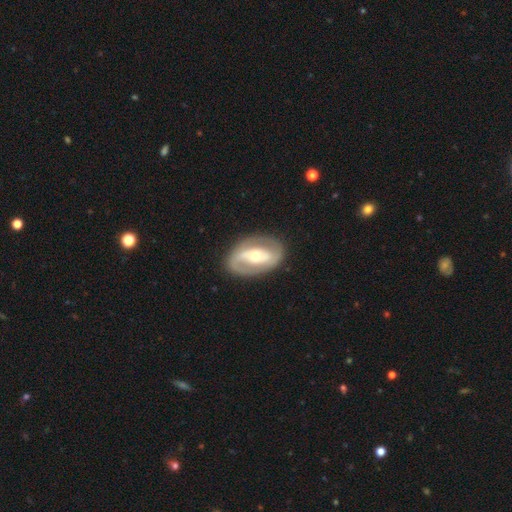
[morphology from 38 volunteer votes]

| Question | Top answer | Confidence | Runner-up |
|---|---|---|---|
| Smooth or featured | featured or disk | 68% | smooth (26%) |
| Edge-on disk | no | 92% | yes (8%) |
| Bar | strong | 38% | weak (33%) |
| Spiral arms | yes | 79% | no (21%) |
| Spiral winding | tight | 58% | medium (21%) |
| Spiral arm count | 2 | 74% | 1 (16%) |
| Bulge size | moderate | 50% | small (46%) |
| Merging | none | 81% | minor disturbance (11%) |